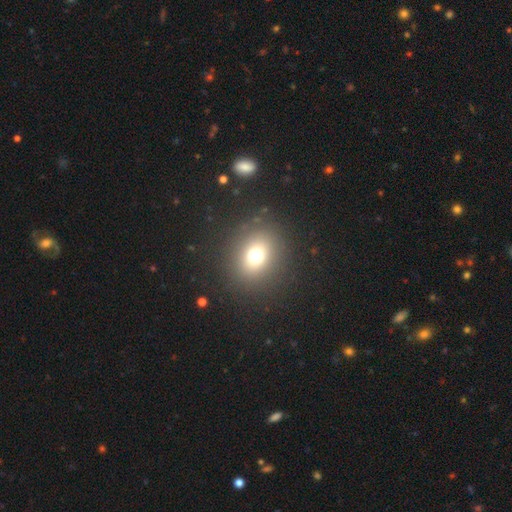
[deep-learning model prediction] A smooth galaxy with no disk features (71%) that is round (73%).

Vote fractions:
- Smooth or featured? smooth: 71% / star or artifact: 19% / featured or disk: 11%
- How rounded? round: 73% / in between: 26% / cigar-shaped: 1%
- Merging? none: 87% / minor disturbance: 7% / major disturbance: 5% / merger: 2%